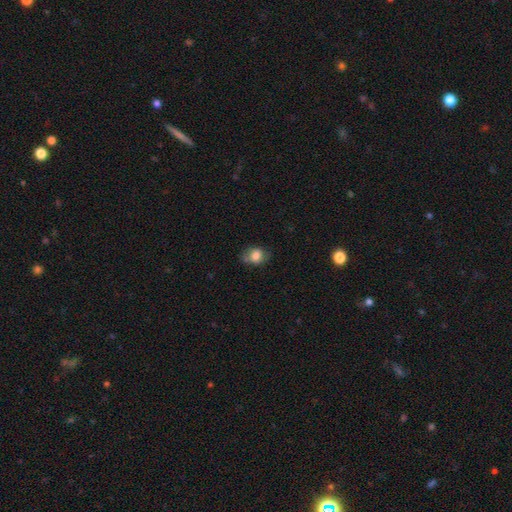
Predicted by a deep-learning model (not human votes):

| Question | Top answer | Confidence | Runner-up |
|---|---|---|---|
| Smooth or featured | smooth | 76% | featured or disk (15%) |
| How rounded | in between | 53% | round (46%) |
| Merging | none | 58% | minor disturbance (28%) |